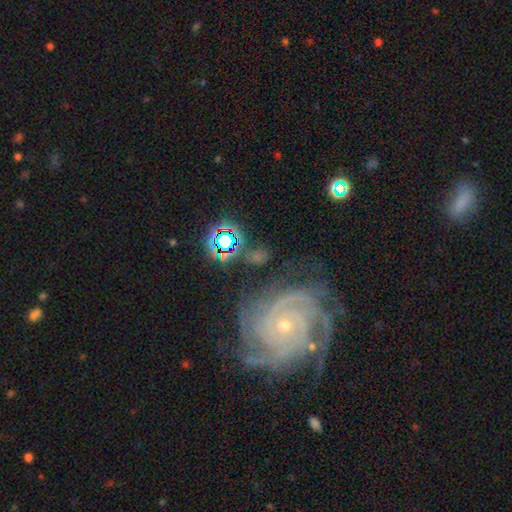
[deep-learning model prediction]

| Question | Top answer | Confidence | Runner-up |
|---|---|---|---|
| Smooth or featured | featured or disk | 50% | star or artifact (26%) |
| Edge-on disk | no | 94% | yes (6%) |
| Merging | none | 66% | minor disturbance (18%) |